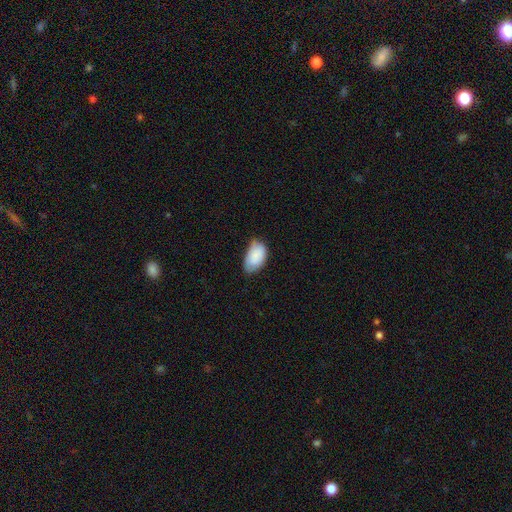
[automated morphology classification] Smooth or featured: smooth — 87% (featured or disk — 7%)
How rounded: in between — 94% (round — 5%)
Merging: none — 51% (minor disturbance — 40%)